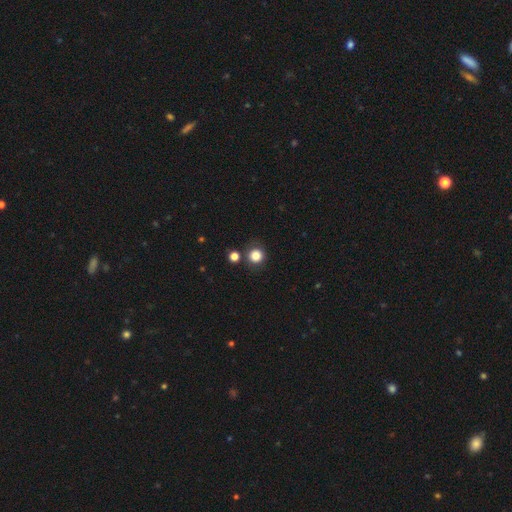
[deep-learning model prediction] This appears to be a smooth galaxy with no disk features (82%) that is round (93%). Merging: none (83%).